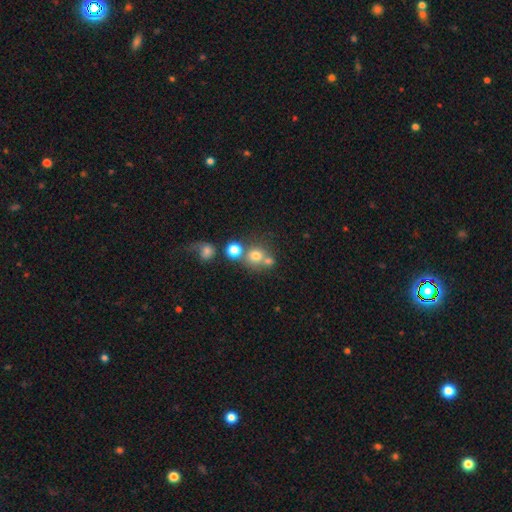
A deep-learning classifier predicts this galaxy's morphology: Smooth or featured? smooth (71%)
How rounded? round (85%)
Merging? none (50%)